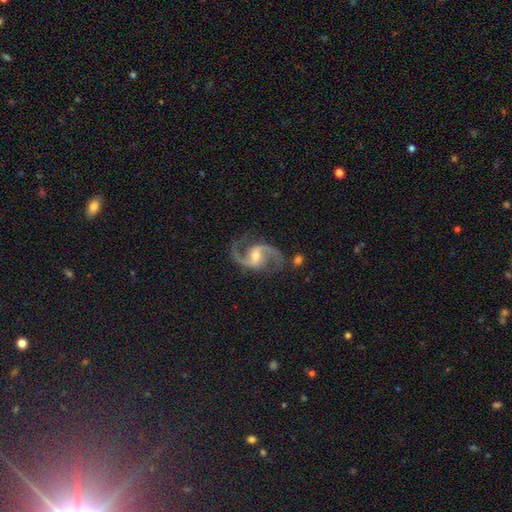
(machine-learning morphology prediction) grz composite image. It shows a featured or disk galaxy (93%) with a weak bar (48%), 2 (94%) medium (48%) spiral arms (98%) and a moderate central bulge (57%). Merging: none (78%).